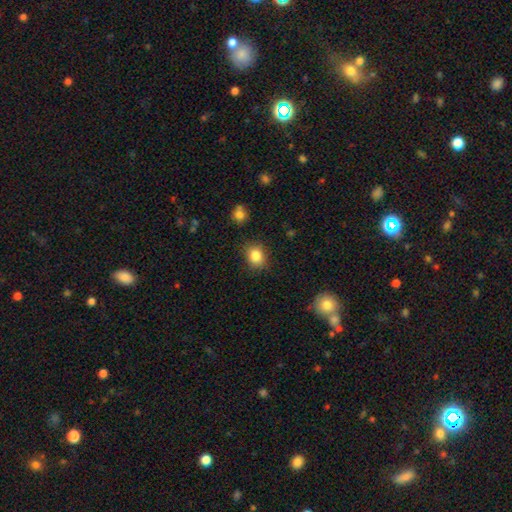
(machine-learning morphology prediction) A smooth galaxy with no disk features (84%) that is round (60%).

Vote fractions:
- Smooth or featured? smooth: 84% / star or artifact: 10% / featured or disk: 6%
- How rounded? round: 60% / in between: 39% / cigar-shaped: 1%
- Merging? none: 84% / minor disturbance: 11% / major disturbance: 3% / merger: 2%